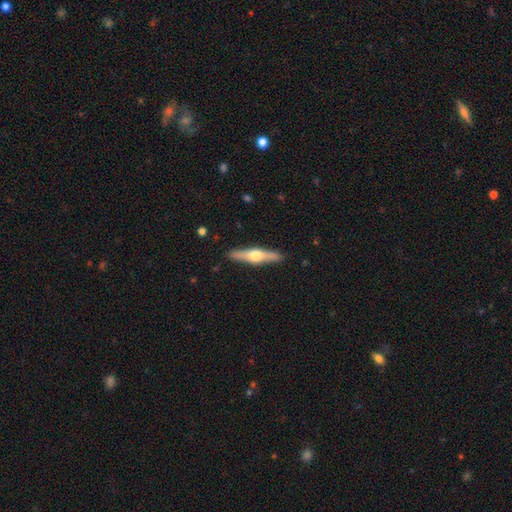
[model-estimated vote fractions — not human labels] Smooth or featured? Predicted: featured or disk (p=0.64). Edge-on disk? Predicted: yes (p=0.96). Edge-on bulge? Predicted: rounded (p=0.93). Merging? Predicted: none (p=0.90).